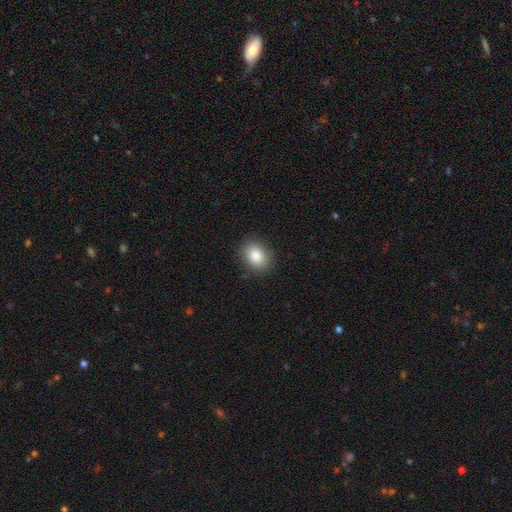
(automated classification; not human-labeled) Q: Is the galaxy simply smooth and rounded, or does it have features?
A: smooth — 85%.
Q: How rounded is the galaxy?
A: in between — 67%.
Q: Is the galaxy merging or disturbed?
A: none — 87%.